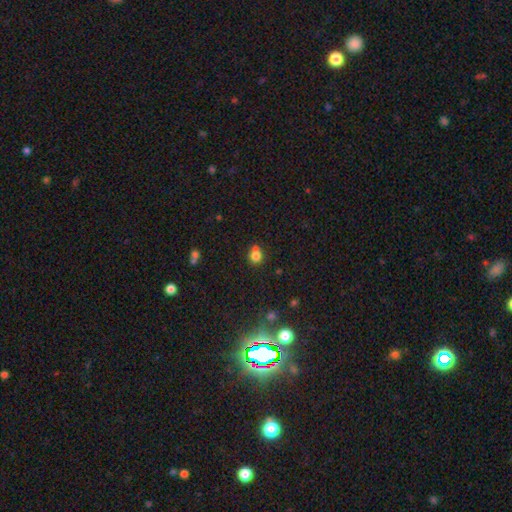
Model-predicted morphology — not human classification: Smooth or featured? smooth (78%)
How rounded? round (76%)
Merging? none (53%)